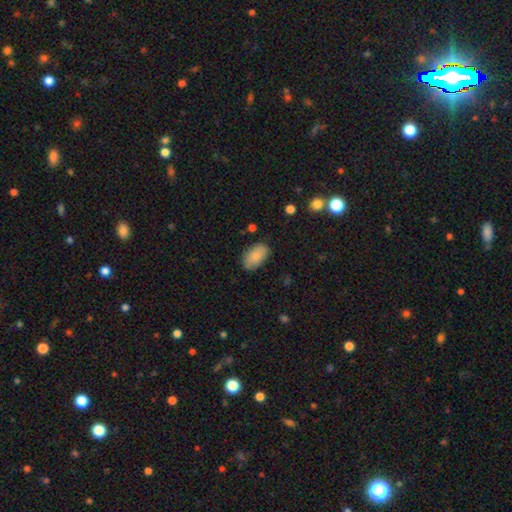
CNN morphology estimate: Q: Smooth or featured?
A: smooth (85%); runner-up: featured or disk (8%)
Q: How rounded?
A: in between (93%); runner-up: round (5%)
Q: Merging?
A: none (81%); runner-up: minor disturbance (14%)